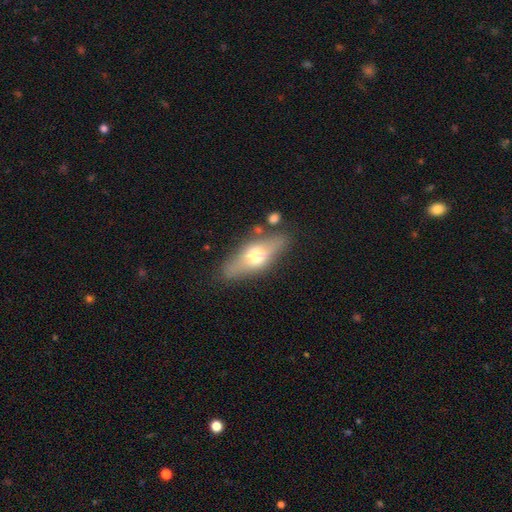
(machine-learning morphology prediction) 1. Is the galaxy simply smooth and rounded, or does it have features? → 49% smooth, 44% featured or disk, 7% star or artifact.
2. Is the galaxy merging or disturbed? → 80% none, 12% minor disturbance, 4% merger, 4% major disturbance.